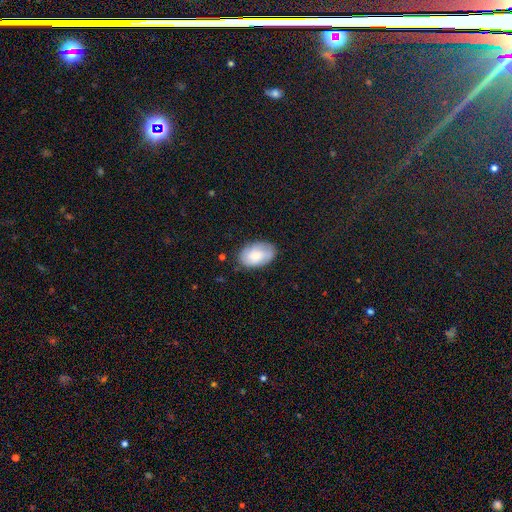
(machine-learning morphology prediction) Overall: smooth (76%). How rounded: in between (91%). Merging: none (76%).